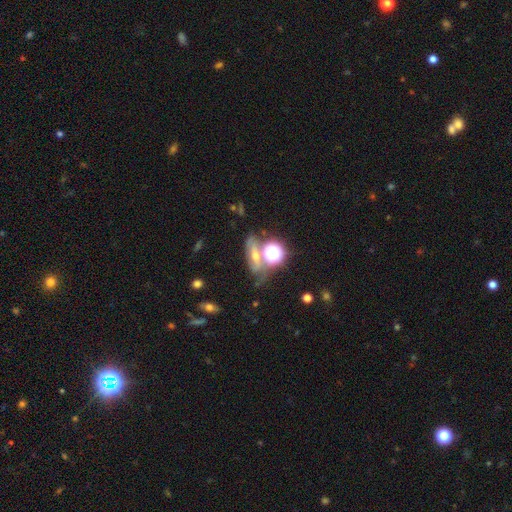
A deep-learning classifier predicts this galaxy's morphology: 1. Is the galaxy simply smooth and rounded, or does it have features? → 38% star or artifact, 32% smooth, 29% featured or disk.